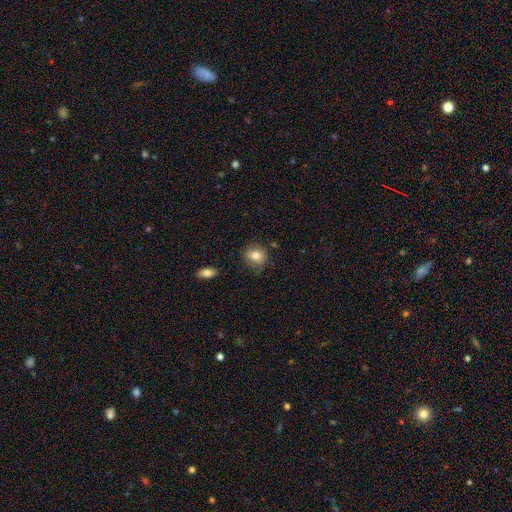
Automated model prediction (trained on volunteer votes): Q: Smooth or featured?
A: smooth (80%); runner-up: featured or disk (11%)
Q: How rounded?
A: round (79%); runner-up: in between (20%)
Q: Merging?
A: none (79%); runner-up: minor disturbance (15%)